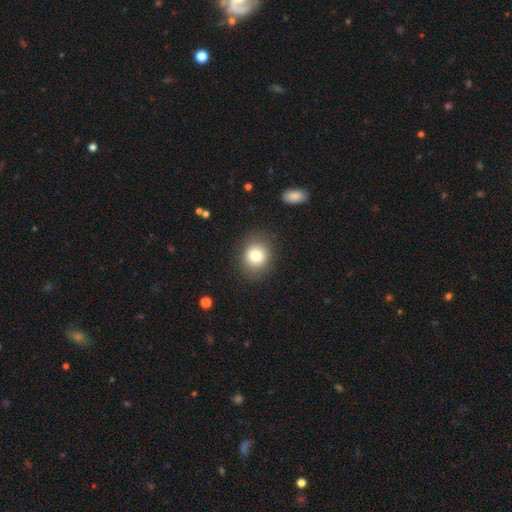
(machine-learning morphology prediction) type=smooth (79%); roundness=round (70%); merging=none (84%).